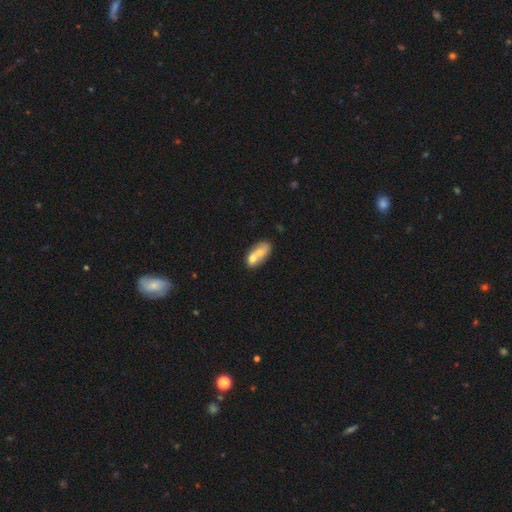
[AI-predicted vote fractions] Overall: smooth (60%; featured or disk 32%). How rounded: in between (80%). Merging: merger (64%).